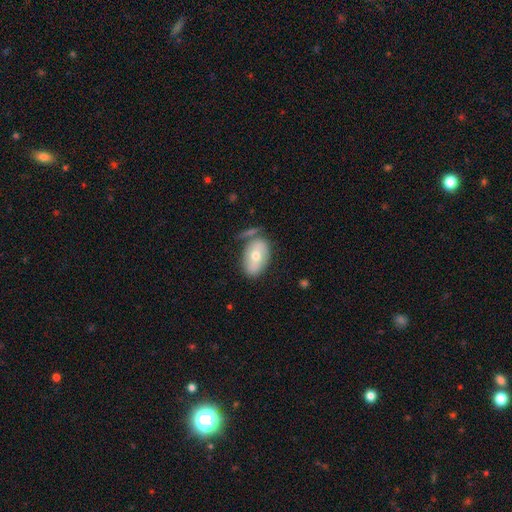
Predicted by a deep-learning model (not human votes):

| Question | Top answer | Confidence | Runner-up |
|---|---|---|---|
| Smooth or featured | smooth | 58% | featured or disk (35%) |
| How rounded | in between | 90% | round (9%) |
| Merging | none | 58% | minor disturbance (22%) |